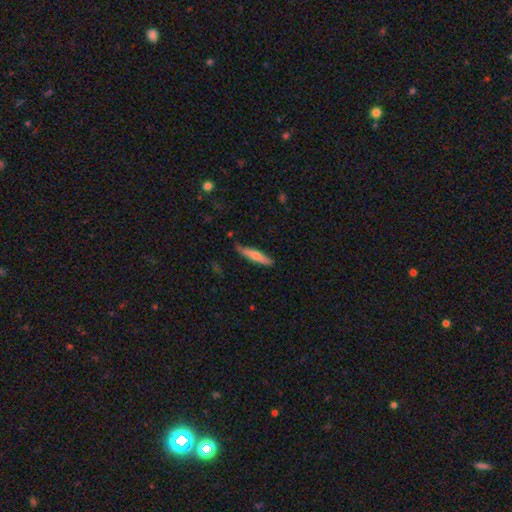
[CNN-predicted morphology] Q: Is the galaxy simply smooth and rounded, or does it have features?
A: smooth — 64%.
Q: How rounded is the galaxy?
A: cigar-shaped — 86%.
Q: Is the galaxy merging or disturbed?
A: none — 73%.